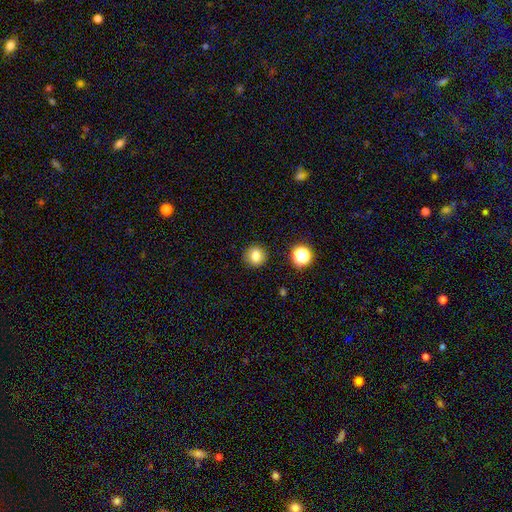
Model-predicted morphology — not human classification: Smooth or featured? Predicted: smooth (p=0.81). How rounded? Predicted: round (p=0.89). Merging? Predicted: none (p=0.89).